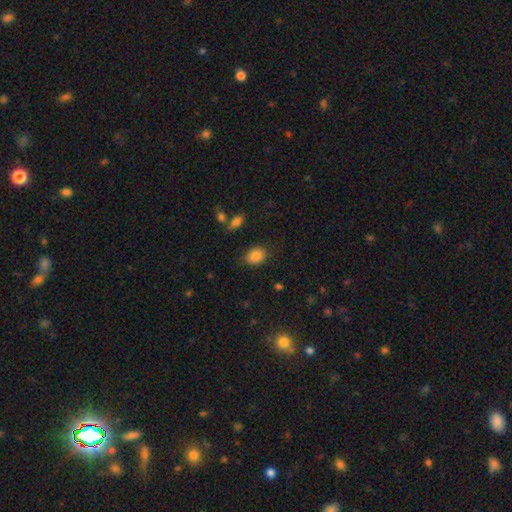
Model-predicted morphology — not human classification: A smooth galaxy with no disk features (85%) that is in between round and cigar-shaped (69%). Merging: none (81%).